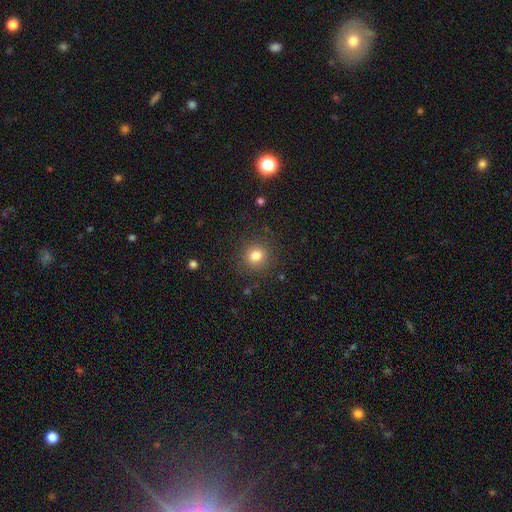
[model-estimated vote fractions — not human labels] Q: Smooth or featured?
A: smooth (80%); runner-up: star or artifact (13%)
Q: How rounded?
A: round (88%); runner-up: in between (11%)
Q: Merging?
A: none (88%); runner-up: minor disturbance (8%)